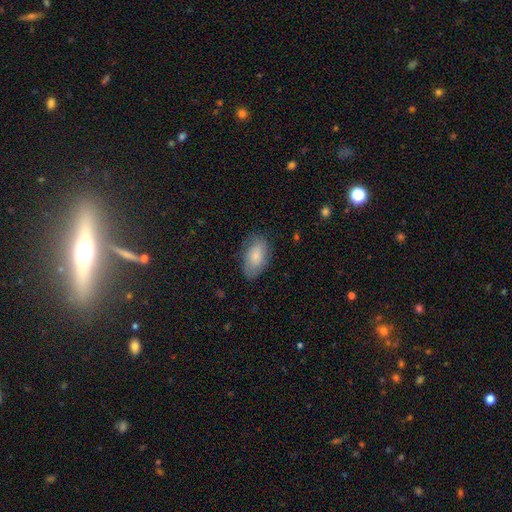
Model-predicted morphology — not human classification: This is likely a smooth galaxy (76%). How rounded: clearly in between (93%). Merging: likely none (76%).